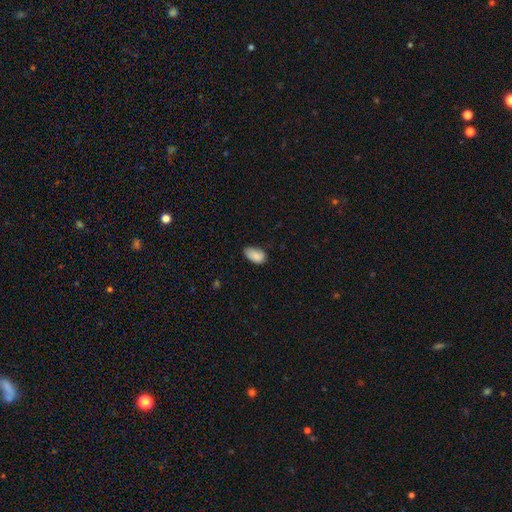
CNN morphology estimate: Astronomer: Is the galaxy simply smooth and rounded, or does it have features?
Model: smooth — 85%.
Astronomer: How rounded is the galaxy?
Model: in between — 93%.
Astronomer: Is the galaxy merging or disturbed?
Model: none — 62%.